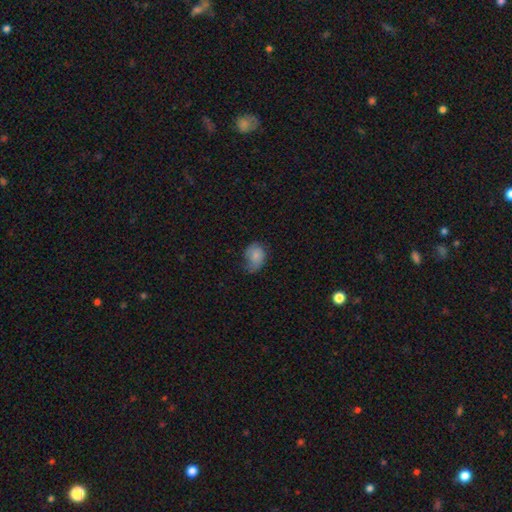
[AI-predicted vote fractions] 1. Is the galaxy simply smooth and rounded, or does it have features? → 80% smooth, 12% featured or disk, 8% star or artifact.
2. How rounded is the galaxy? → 63% in between, 36% round, 1% cigar-shaped.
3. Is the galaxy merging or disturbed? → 47% none, 38% minor disturbance, 13% major disturbance, 2% merger.